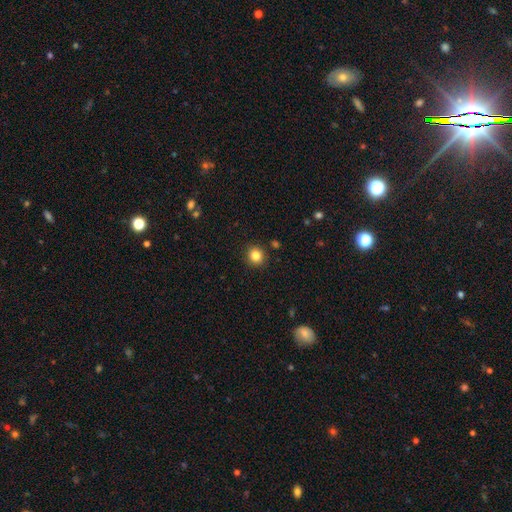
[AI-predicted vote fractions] A smooth galaxy with no disk features (84%) that is round (88%). Merging: none (90%).